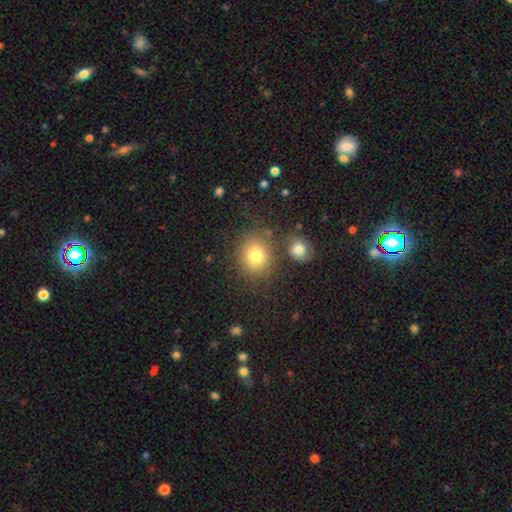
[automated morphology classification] This is likely a smooth galaxy (79%). How rounded: likely round (71%). Merging: likely none (74%).